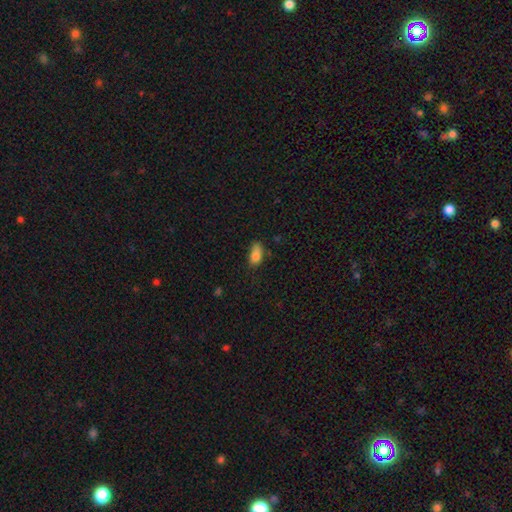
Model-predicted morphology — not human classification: smooth_or_featured: smooth (p=0.83) [alt: star or artifact p=0.09]
how_rounded: in between (p=0.87) [alt: cigar-shaped p=0.07]
merging: none (p=0.55) [alt: minor disturbance p=0.33]